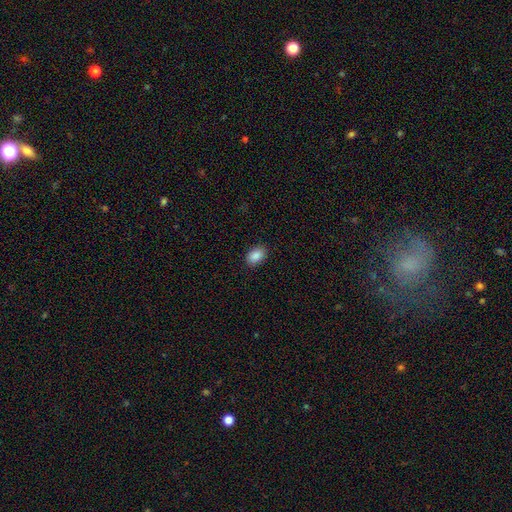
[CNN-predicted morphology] smooth_or_featured: smooth (p=0.89) [alt: star or artifact p=0.08]
how_rounded: in between (p=0.88) [alt: round p=0.11]
merging: none (p=0.89) [alt: minor disturbance p=0.08]